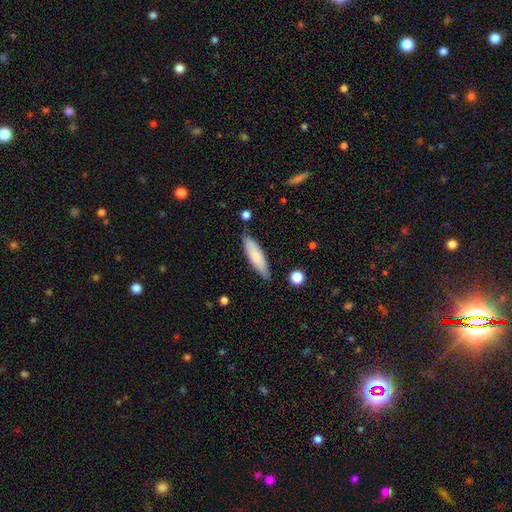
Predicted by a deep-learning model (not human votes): Smooth or featured: smooth — 78% (featured or disk — 17%)
How rounded: cigar-shaped — 68% (in between — 31%)
Merging: none — 83% (minor disturbance — 13%)